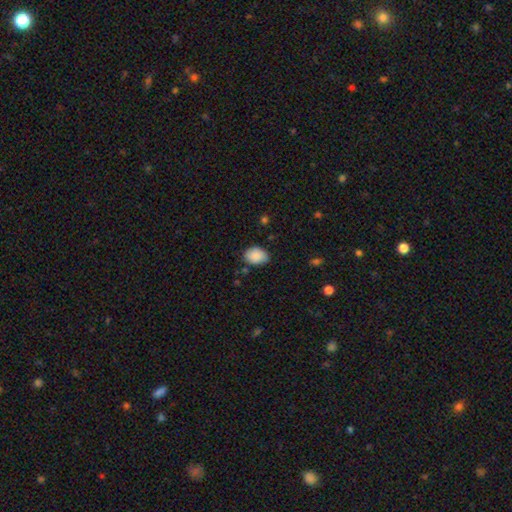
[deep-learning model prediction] smooth-or-featured: smooth: 89% | star or artifact: 7% | featured or disk: 4%
  how-rounded: in between: 74% | round: 25% | cigar-shaped: 1%
  merging: none: 76% | minor disturbance: 19% | major disturbance: 3% | merger: 2%